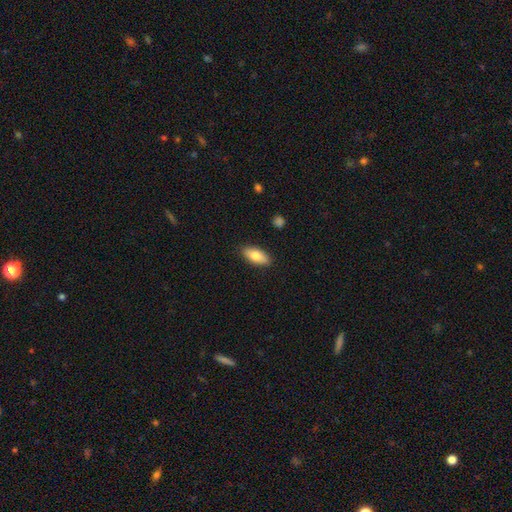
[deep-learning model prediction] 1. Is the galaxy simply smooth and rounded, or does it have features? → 78% smooth, 16% featured or disk, 6% star or artifact.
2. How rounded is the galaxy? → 84% in between, 13% cigar-shaped, 3% round.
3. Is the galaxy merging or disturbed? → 88% none, 9% minor disturbance, 2% major disturbance, 1% merger.